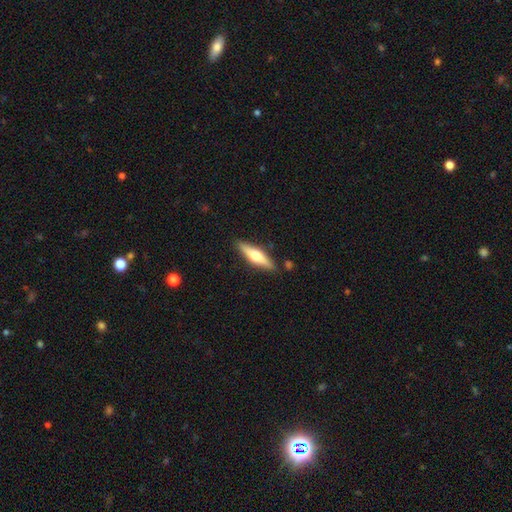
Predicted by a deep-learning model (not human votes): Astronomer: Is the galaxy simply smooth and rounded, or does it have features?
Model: featured or disk — 49% (runner-up: smooth, 46%).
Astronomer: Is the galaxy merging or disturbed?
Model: none — 85%.